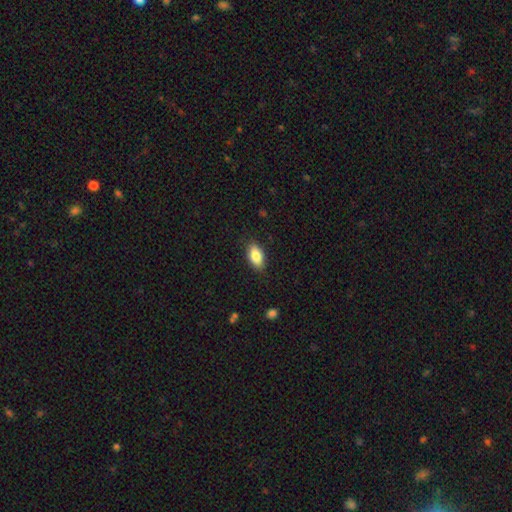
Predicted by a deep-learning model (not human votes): A smooth galaxy with no disk features (86%) that is in between round and cigar-shaped (91%).

Vote fractions:
- Smooth or featured? smooth: 86% / featured or disk: 7% / star or artifact: 7%
- How rounded? in between: 91% / cigar-shaped: 5% / round: 4%
- Merging? none: 86% / minor disturbance: 10% / major disturbance: 2% / merger: 1%